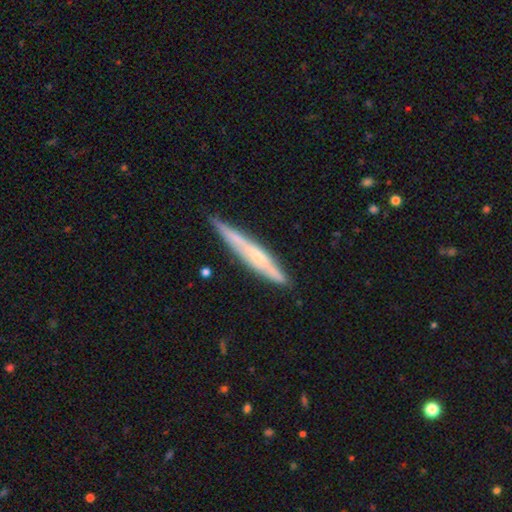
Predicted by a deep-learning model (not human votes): featured or disk 57%, smooth 37%, star or artifact 6%. Down the decision tree: edge-on disk — yes (91%); edge-on bulge — rounded (45%, tied with none); merging — none (80%).